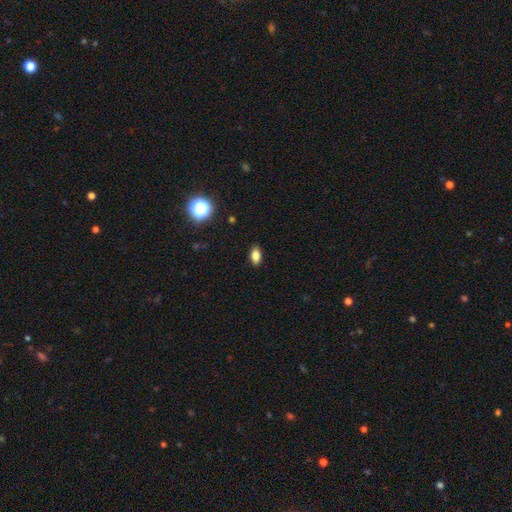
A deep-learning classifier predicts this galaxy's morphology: smooth-or-featured: smooth: 82% | star or artifact: 11% | featured or disk: 7%
  how-rounded: in between: 87% | round: 9% | cigar-shaped: 5%
  merging: none: 89% | minor disturbance: 8% | major disturbance: 2% | merger: 1%